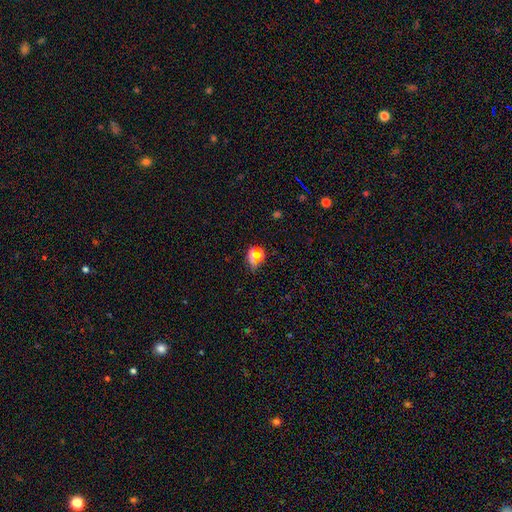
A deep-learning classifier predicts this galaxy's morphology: Smooth or featured: smooth — 47% (star or artifact — 39%)
Merging: none — 63% (minor disturbance — 14%)